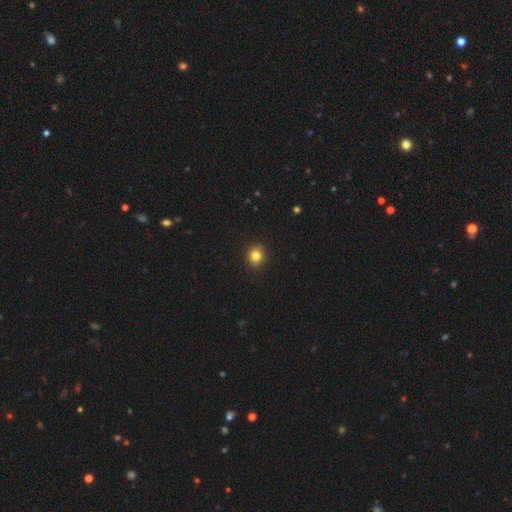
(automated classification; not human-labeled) Smooth or featured? Predicted: smooth (p=0.82). How rounded? Predicted: round (p=0.85). Merging? Predicted: none (p=0.89).